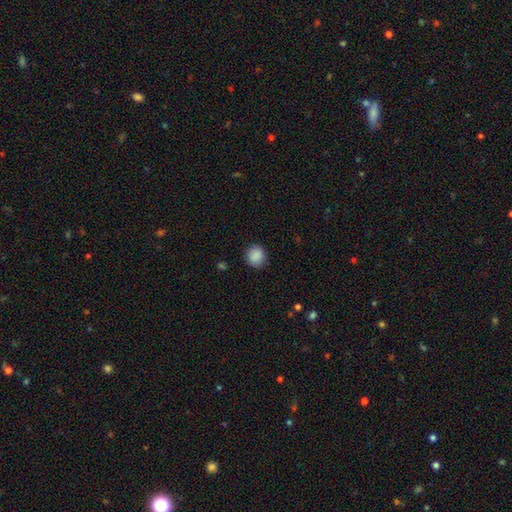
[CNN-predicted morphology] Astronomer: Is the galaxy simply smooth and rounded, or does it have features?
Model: smooth — 89%.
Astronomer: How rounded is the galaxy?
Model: round — 81%.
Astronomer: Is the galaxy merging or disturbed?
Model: none — 87%.